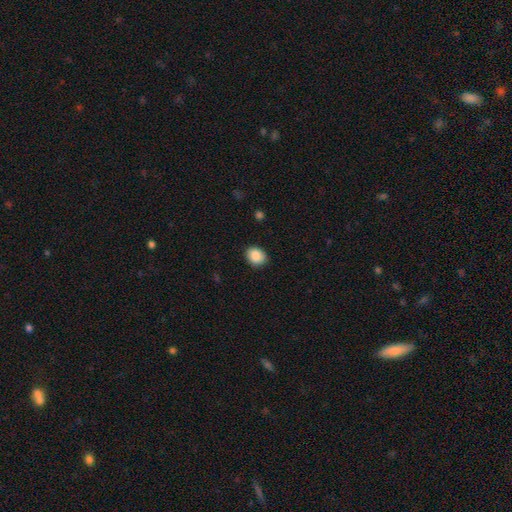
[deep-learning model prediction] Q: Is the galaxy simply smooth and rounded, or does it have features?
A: smooth — 88%.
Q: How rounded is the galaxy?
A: in between — 51%.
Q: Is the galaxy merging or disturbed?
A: none — 88%.